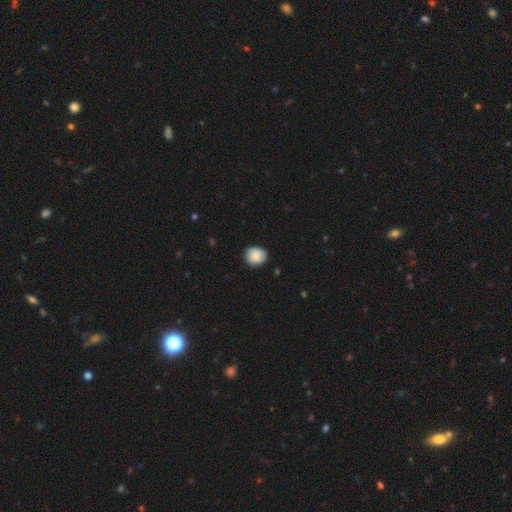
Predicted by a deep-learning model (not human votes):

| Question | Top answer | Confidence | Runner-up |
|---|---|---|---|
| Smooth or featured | smooth | 78% | featured or disk (15%) |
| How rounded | round | 73% | in between (27%) |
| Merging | none | 85% | minor disturbance (11%) |